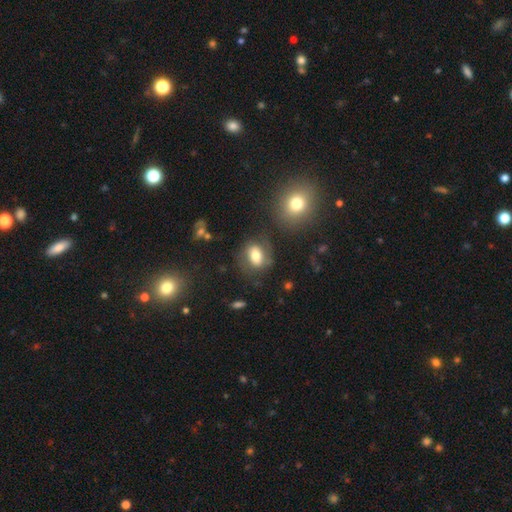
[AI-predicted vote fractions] A smooth galaxy with no disk features (61%) that is in between round and cigar-shaped (69%).

Vote fractions:
- Smooth or featured? smooth: 61% / featured or disk: 29% / star or artifact: 10%
- How rounded? in between: 69% / round: 29% / cigar-shaped: 2%
- Merging? none: 68% / minor disturbance: 18% / major disturbance: 10% / merger: 4%